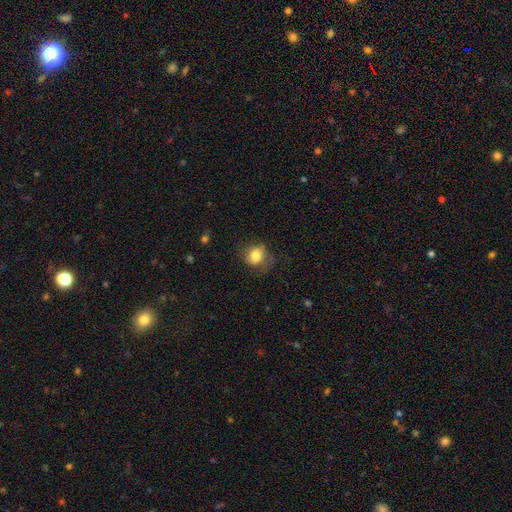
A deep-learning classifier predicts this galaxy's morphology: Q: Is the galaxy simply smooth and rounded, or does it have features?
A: smooth — 80%.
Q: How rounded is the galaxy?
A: round — 69%.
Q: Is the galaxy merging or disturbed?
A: none — 61%.